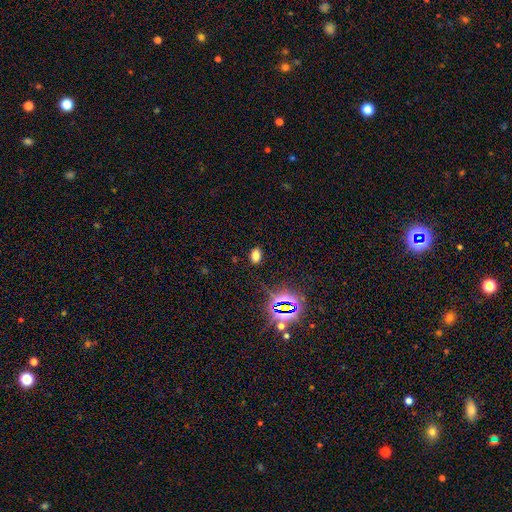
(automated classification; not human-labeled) smooth 69%, star or artifact 25%, featured or disk 7%. Down the decision tree: how rounded — in between (86%); merging — none (86%).